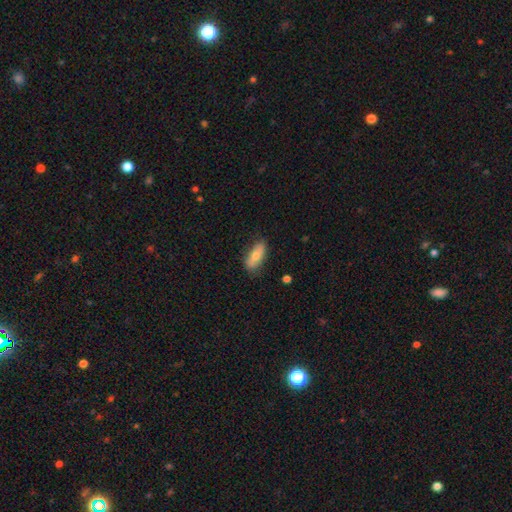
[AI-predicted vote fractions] Morphology: type=smooth (70%); roundness=in between (76%); merging=none (79%).